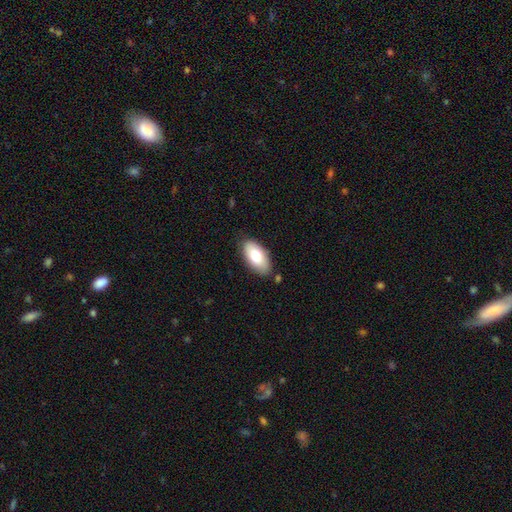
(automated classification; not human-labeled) A smooth galaxy with no disk features (75%) that is in between round and cigar-shaped (94%).

Vote fractions:
- Smooth or featured? smooth: 75% / featured or disk: 19% / star or artifact: 7%
- How rounded? in between: 94% / cigar-shaped: 3% / round: 3%
- Merging? none: 82% / minor disturbance: 13% / major disturbance: 3% / merger: 3%